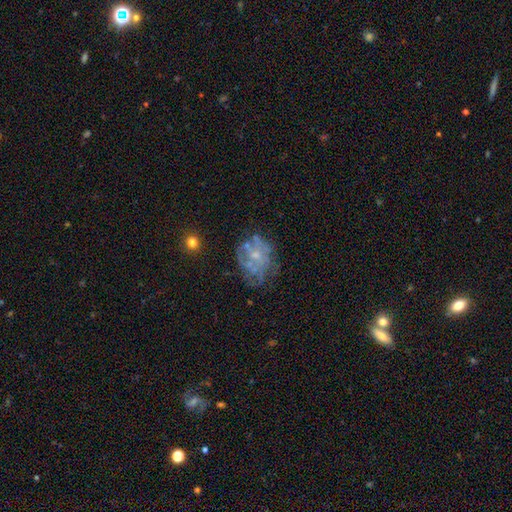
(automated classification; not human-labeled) featured or disk 65%, smooth 21%, star or artifact 14%. Down the decision tree: edge-on disk — no (98%); bar — no (83%); spiral arms — no (62%); bulge size — small (55%); merging — none (53%).